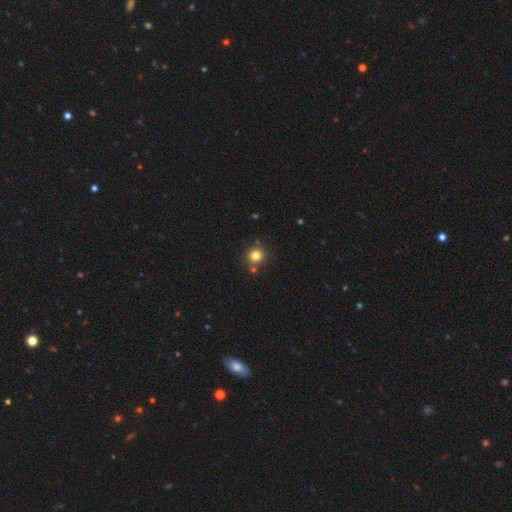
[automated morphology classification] Q: Smooth or featured?
A: smooth (81%); runner-up: star or artifact (13%)
Q: How rounded?
A: round (91%); runner-up: in between (8%)
Q: Merging?
A: none (80%); runner-up: merger (9%)